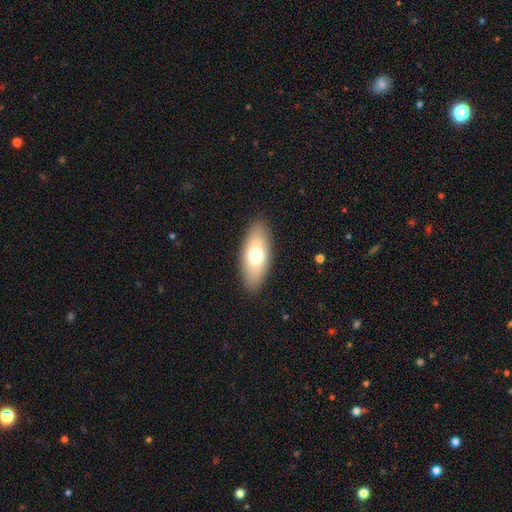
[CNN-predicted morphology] Smooth or featured? smooth (69%)
How rounded? in between (83%)
Merging? none (88%)